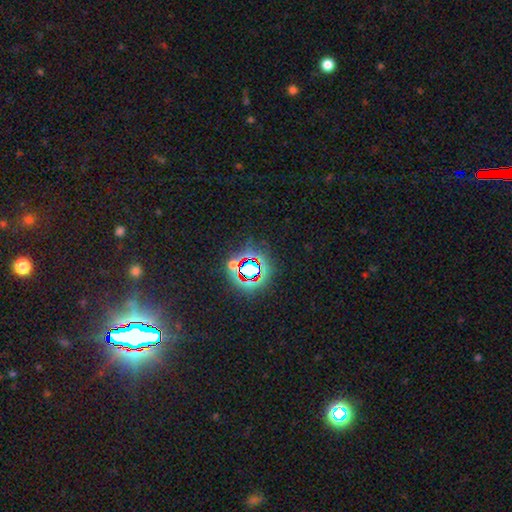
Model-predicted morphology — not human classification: smooth_or_featured: star or artifact (p=0.79) [alt: smooth p=0.11]